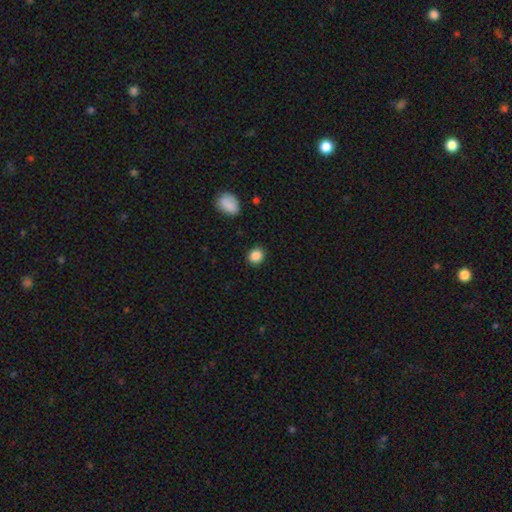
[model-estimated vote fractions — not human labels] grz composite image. It shows a smooth galaxy with no disk features (86%) that is round (74%). Merging: none (89%).